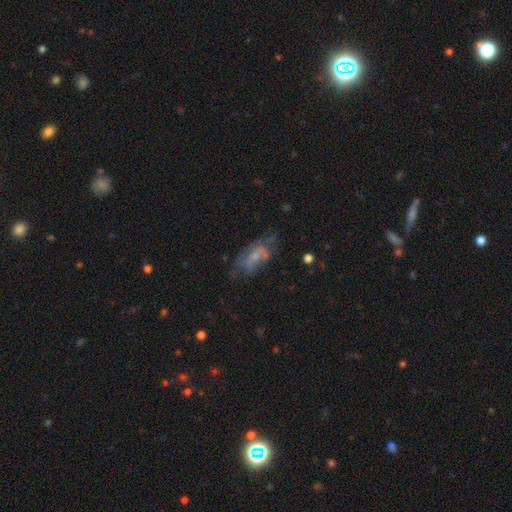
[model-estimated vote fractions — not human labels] A featured or disk galaxy (48%). Merging: none (46%).